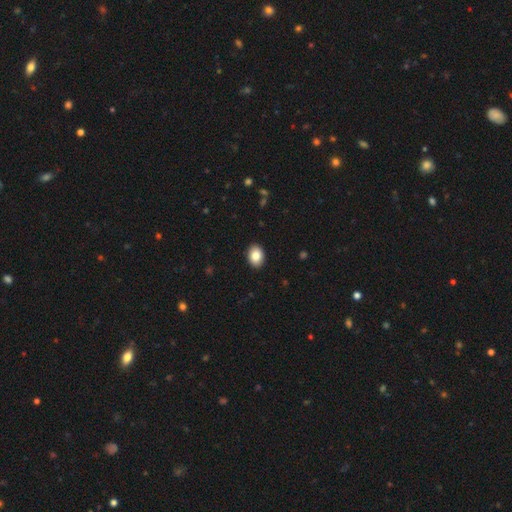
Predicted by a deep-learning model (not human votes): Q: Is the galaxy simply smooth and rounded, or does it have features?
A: smooth — 85%.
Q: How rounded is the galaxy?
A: in between — 72%.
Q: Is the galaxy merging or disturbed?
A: none — 91%.